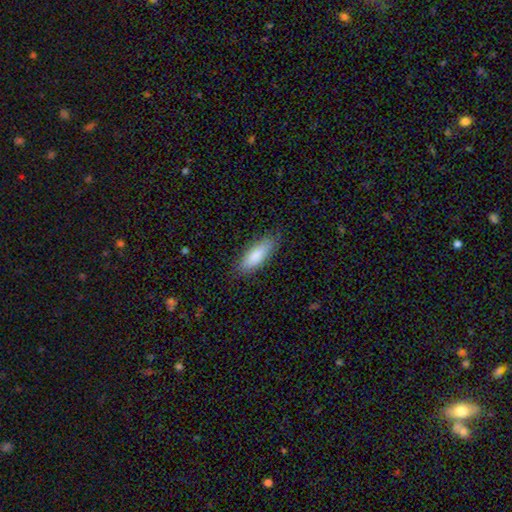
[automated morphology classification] This appears to be a smooth galaxy with no disk features (84%) that is in between round and cigar-shaped (61%). Merging: none (83%).